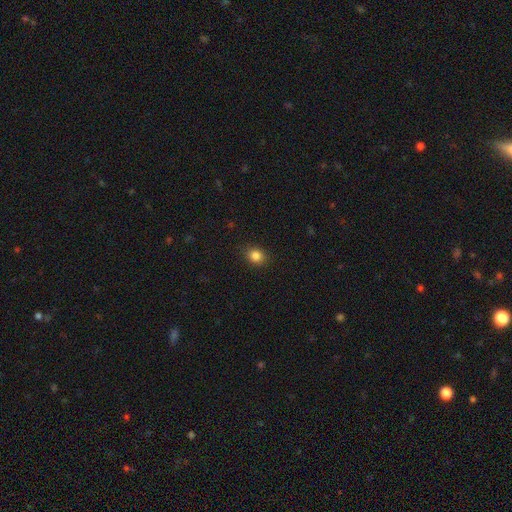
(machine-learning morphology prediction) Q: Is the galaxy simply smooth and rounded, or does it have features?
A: smooth — 84%.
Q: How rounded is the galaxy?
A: round — 65%.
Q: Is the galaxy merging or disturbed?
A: none — 89%.